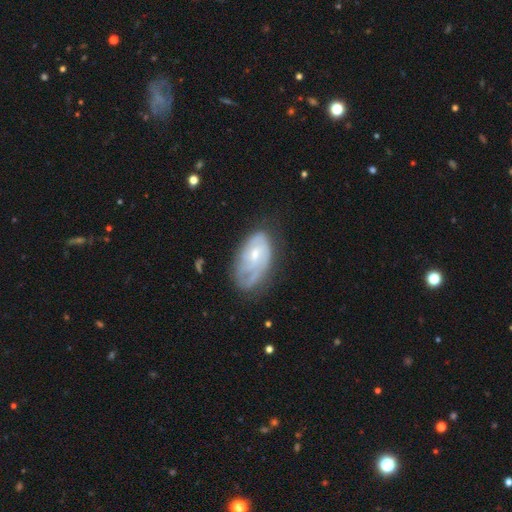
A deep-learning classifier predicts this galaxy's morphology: Q: Smooth or featured?
A: featured or disk (64%); runner-up: smooth (29%)
Q: Edge-on disk?
A: no (94%); runner-up: yes (6%)
Q: Bar?
A: no (66%); runner-up: weak (30%)
Q: Spiral arms?
A: yes (75%); runner-up: no (25%)
Q: Bulge size?
A: small (57%); runner-up: moderate (37%)
Q: Merging?
A: none (50%); runner-up: minor disturbance (30%)